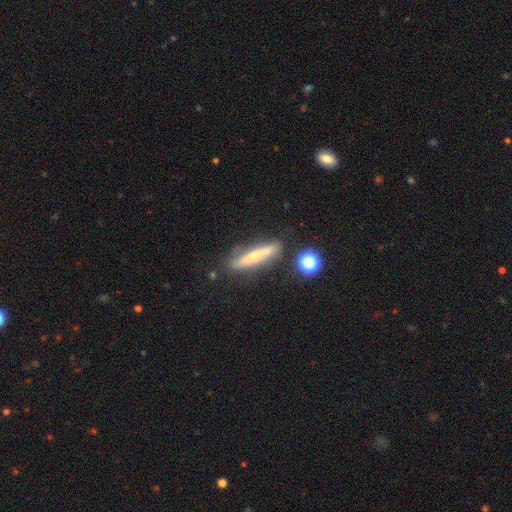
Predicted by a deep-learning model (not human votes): Smooth or featured? smooth (47%)
Merging? none (79%)